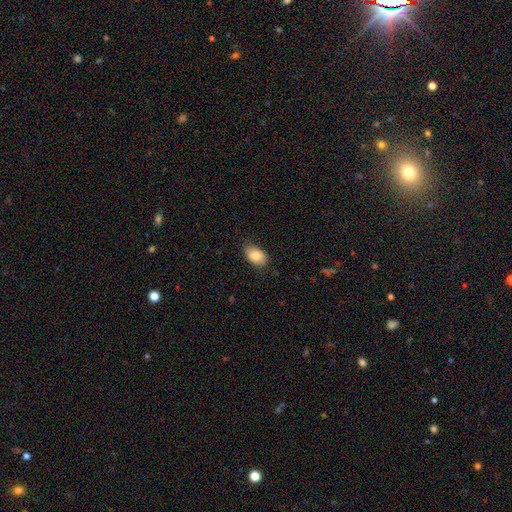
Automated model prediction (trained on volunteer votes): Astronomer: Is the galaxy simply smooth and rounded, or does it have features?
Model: smooth — 84%.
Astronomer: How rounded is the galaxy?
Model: in between — 88%.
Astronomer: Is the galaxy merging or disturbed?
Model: none — 81%.